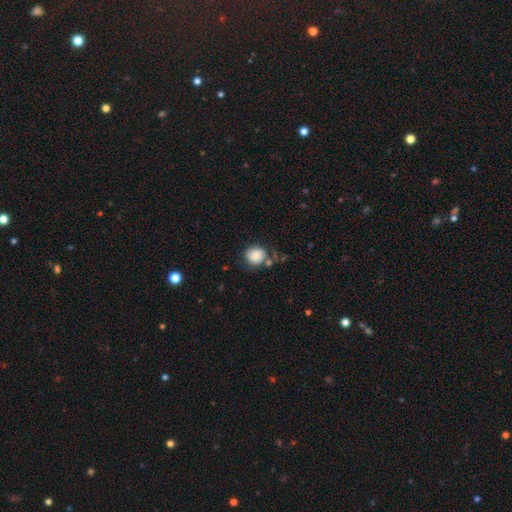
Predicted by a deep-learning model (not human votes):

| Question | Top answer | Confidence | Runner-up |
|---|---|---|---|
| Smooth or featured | smooth | 77% | featured or disk (14%) |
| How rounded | round | 73% | in between (26%) |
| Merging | none | 60% | minor disturbance (22%) |